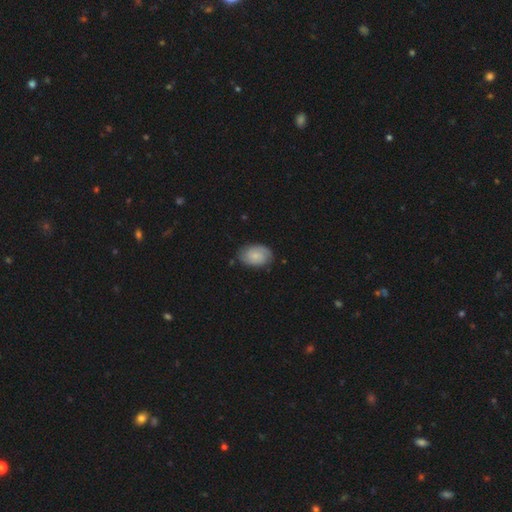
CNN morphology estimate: A featured or disk galaxy (47%).

Vote fractions:
- Smooth or featured? featured or disk: 47% / smooth: 46% / star or artifact: 7%
- Merging? none: 76% / minor disturbance: 18% / major disturbance: 4% / merger: 1%